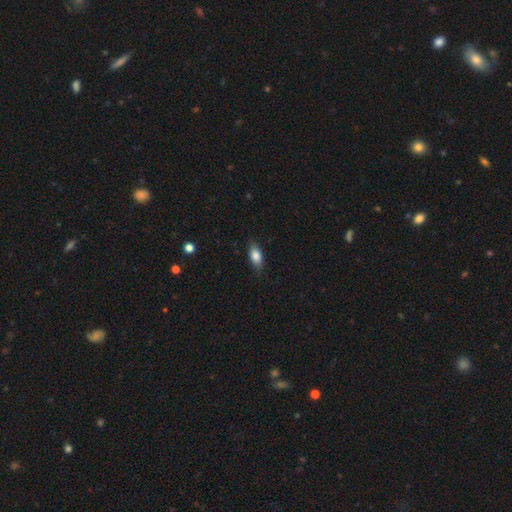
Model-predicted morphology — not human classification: This appears to be a smooth galaxy with no disk features (81%) that is in between round and cigar-shaped (85%). Merging: none (84%).